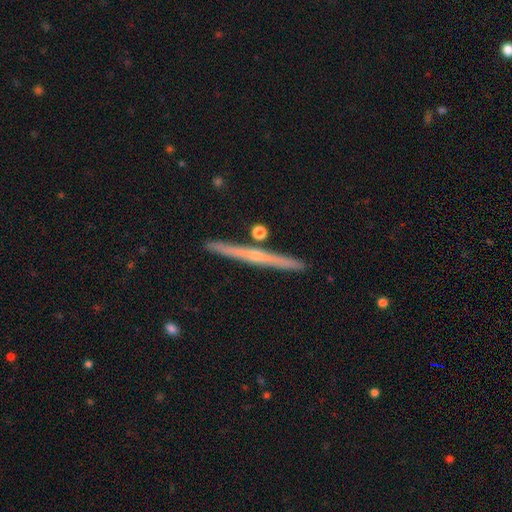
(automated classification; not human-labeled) featured or disk 66%, smooth 28%, star or artifact 6%. Down the decision tree: edge-on disk — yes (98%); edge-on bulge — rounded (51%); merging — none (88%).